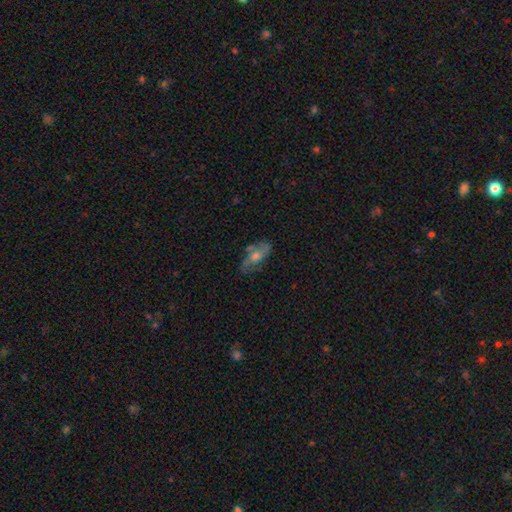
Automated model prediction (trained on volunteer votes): Smooth or featured? featured or disk (63%)
Edge-on disk? no (86%)
Bar? no (62%)
Spiral arms? yes (79%)
Bulge size? moderate (59%)
Merging? none (67%)